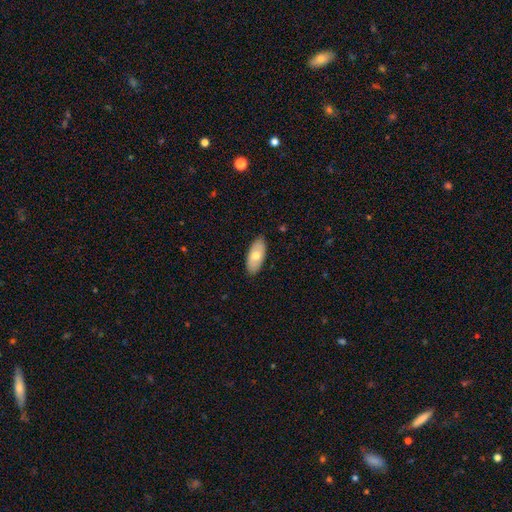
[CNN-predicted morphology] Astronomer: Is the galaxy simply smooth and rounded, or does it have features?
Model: smooth — 68%.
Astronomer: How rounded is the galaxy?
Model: in between — 90%.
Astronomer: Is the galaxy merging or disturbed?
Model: none — 87%.